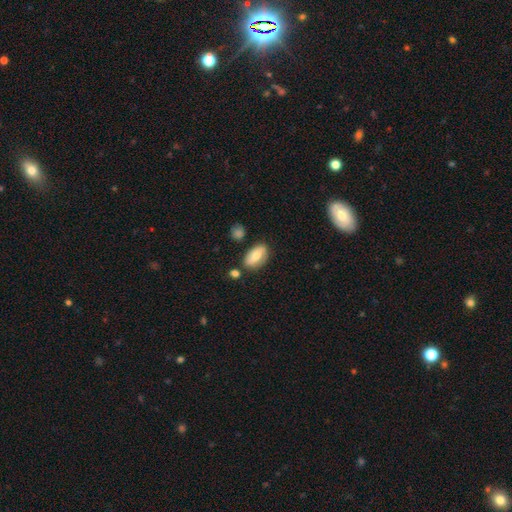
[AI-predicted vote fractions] smooth_or_featured: smooth (p=0.67) [alt: featured or disk p=0.26]
how_rounded: in between (p=0.91) [alt: round p=0.05]
merging: none (p=0.72) [alt: minor disturbance p=0.17]